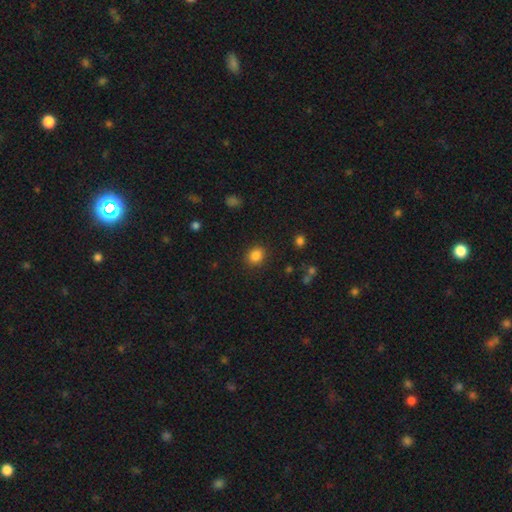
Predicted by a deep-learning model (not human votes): smooth 85%, star or artifact 11%, featured or disk 4%. Down the decision tree: how rounded — round (66%); merging — none (87%).